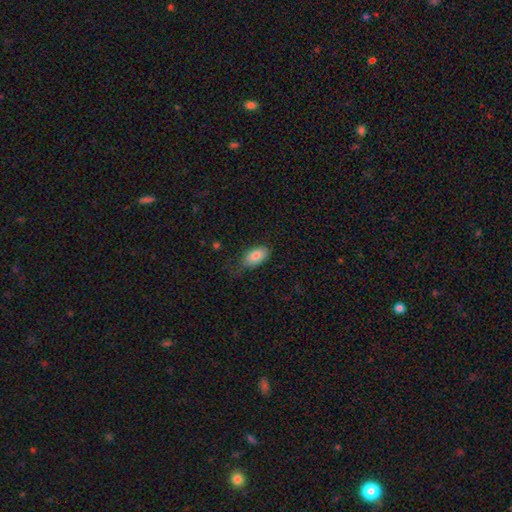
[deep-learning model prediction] smooth-or-featured: smooth: 84% | featured or disk: 9% | star or artifact: 7%
  how-rounded: in between: 94% | round: 4% | cigar-shaped: 3%
  merging: none: 64% | minor disturbance: 27% | major disturbance: 8% | merger: 1%